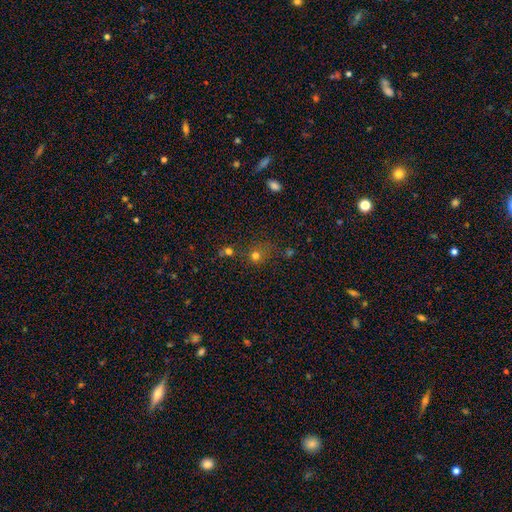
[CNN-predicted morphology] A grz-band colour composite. It shows a smooth galaxy with no disk features (68%) that is round (83%). Merging: none (58%).